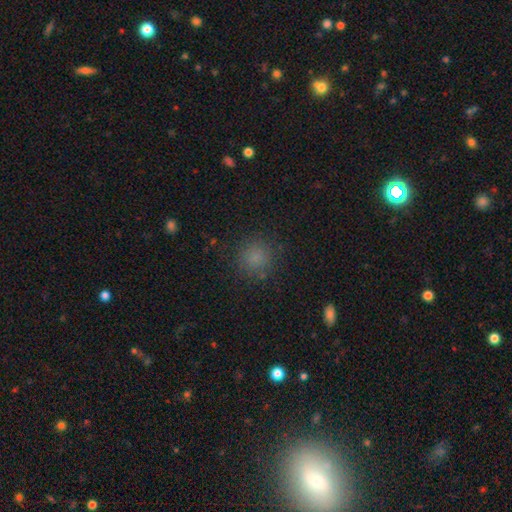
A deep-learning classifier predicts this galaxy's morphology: The model was most divided on "smooth or featured": smooth: 79%, star or artifact: 16%, featured or disk: 5%. More confident: how rounded — round (92%); merging — none (87%).